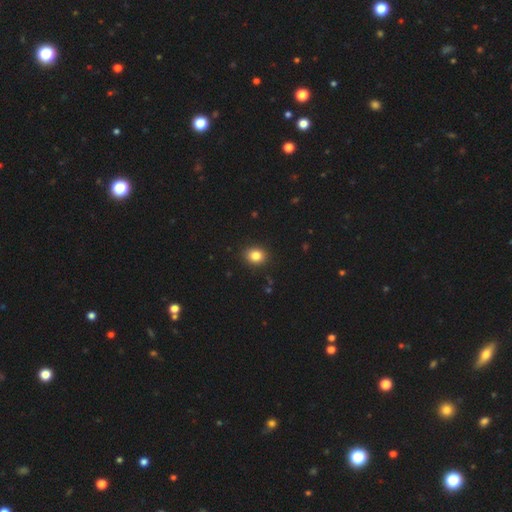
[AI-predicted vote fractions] Smooth or featured? Predicted: smooth (p=0.84). How rounded? Predicted: round (p=0.63). Merging? Predicted: none (p=0.90).